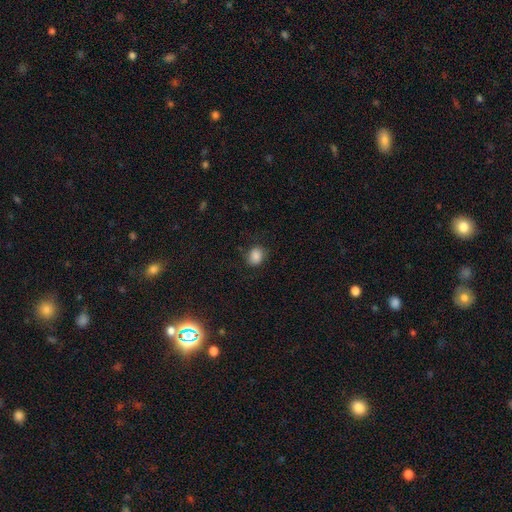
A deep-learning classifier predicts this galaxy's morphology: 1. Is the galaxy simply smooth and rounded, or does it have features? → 85% smooth, 10% star or artifact, 5% featured or disk.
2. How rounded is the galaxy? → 54% round, 45% in between, 1% cigar-shaped.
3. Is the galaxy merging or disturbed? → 78% none, 15% minor disturbance, 5% major disturbance, 1% merger.